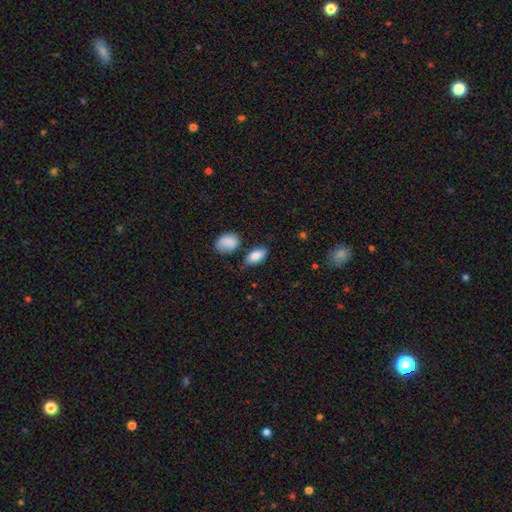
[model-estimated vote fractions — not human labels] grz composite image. It shows a smooth galaxy with no disk features (85%) that is in between round and cigar-shaped (91%). Merging: none (70%).